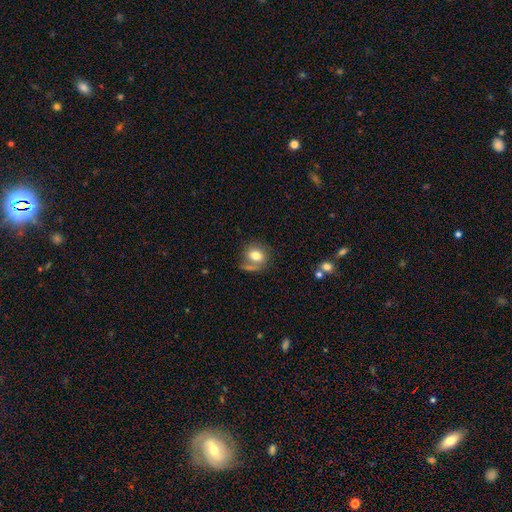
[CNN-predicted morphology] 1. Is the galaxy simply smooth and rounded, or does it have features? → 73% smooth, 18% featured or disk, 9% star or artifact.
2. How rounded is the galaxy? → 64% round, 34% in between, 1% cigar-shaped.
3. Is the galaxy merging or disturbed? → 56% none, 19% minor disturbance, 16% merger, 10% major disturbance.